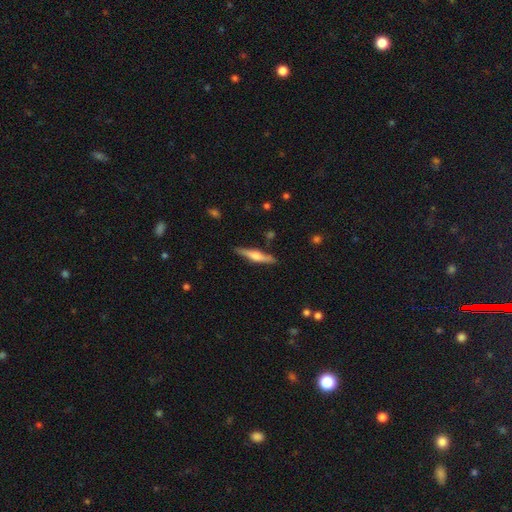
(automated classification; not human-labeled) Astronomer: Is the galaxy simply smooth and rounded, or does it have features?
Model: featured or disk — 57% (runner-up: smooth, 37%).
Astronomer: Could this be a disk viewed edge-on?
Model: yes — 96%.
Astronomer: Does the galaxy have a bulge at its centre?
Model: rounded — 74%.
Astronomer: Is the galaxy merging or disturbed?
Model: none — 87%.